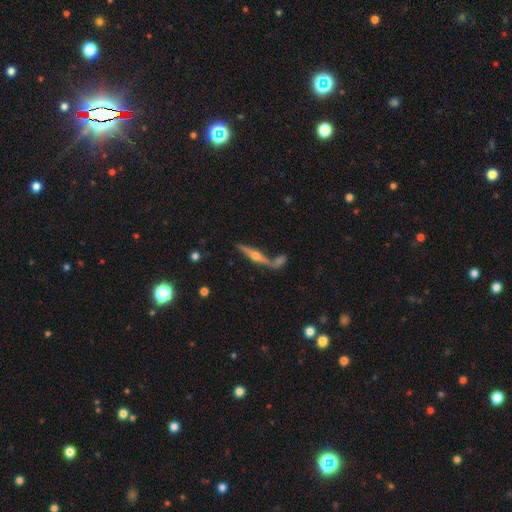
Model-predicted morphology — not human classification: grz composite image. It shows a featured or disk galaxy (76%) viewed edge-on (96%) with a rounded central bulge (93%). Merging: none (66%).